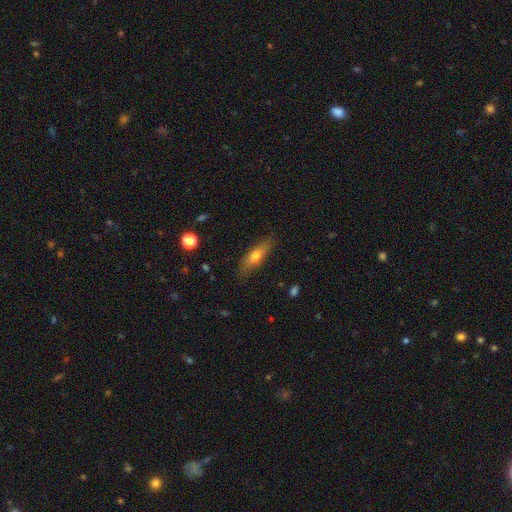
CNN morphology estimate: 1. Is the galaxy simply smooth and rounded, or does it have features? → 60% smooth, 32% featured or disk, 7% star or artifact.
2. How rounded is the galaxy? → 53% cigar-shaped, 43% in between, 4% round.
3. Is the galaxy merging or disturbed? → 82% none, 14% minor disturbance, 3% major disturbance, 1% merger.